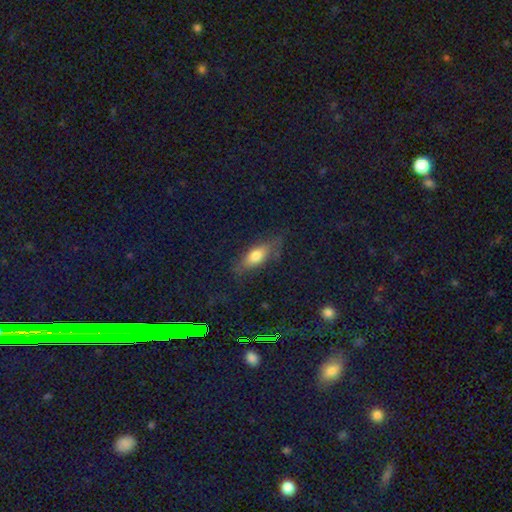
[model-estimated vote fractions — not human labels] smooth_or_featured: smooth (p=0.65) [alt: featured or disk p=0.23]
how_rounded: in between (p=0.66) [alt: cigar-shaped p=0.29]
merging: none (p=0.72) [alt: minor disturbance p=0.19]